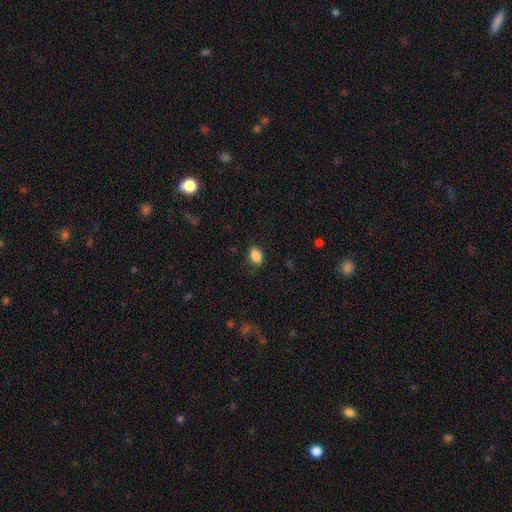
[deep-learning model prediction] smooth-or-featured: smooth: 87% | star or artifact: 9% | featured or disk: 4%
  how-rounded: in between: 72% | round: 27% | cigar-shaped: 1%
  merging: none: 78% | minor disturbance: 17% | major disturbance: 4% | merger: 1%